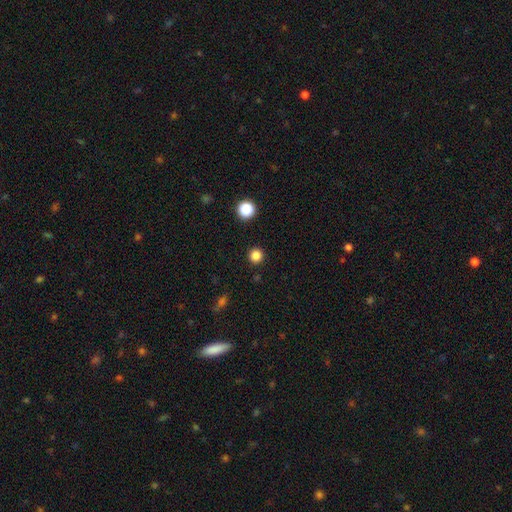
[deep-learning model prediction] Overall: smooth (84%). How rounded: round (95%). Merging: none (92%).